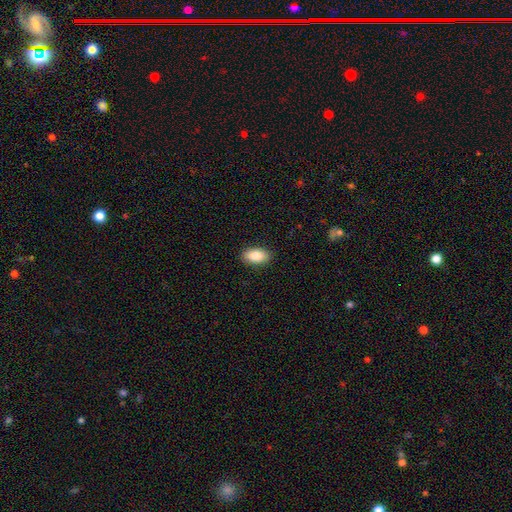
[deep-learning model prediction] A smooth galaxy with no disk features (85%) that is in between round and cigar-shaped (92%). Merging: none (90%).